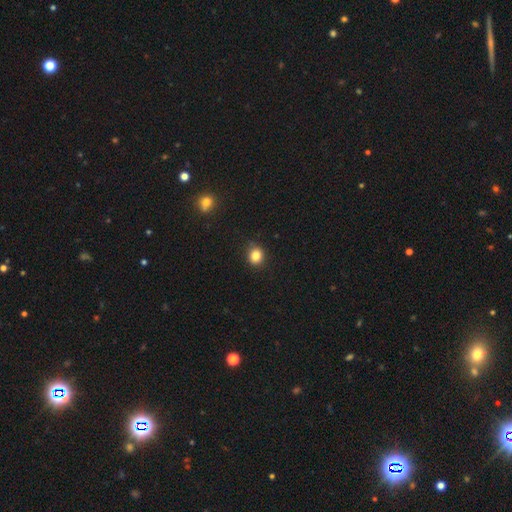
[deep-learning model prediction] This is clearly a smooth galaxy (83%). How rounded: likely round (77%). Merging: clearly none (84%).